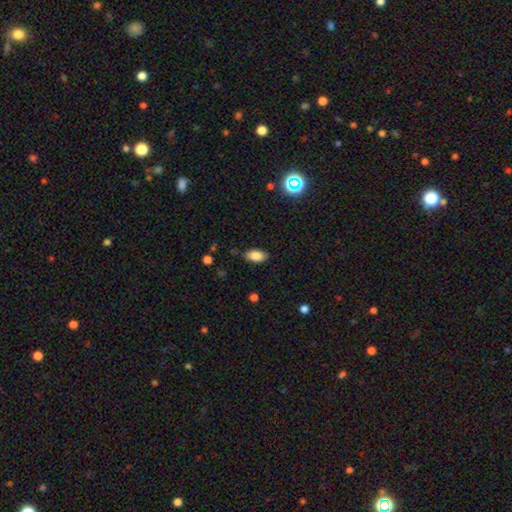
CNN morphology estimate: Smooth or featured: smooth — 84% (star or artifact — 9%)
How rounded: in between — 91% (cigar-shaped — 4%)
Merging: none — 83% (minor disturbance — 13%)